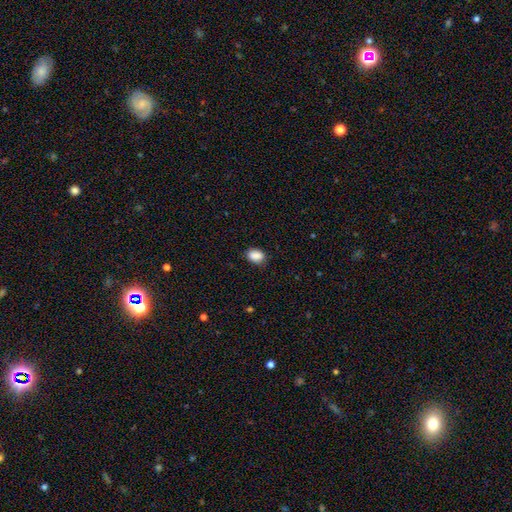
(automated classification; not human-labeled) This is clearly a smooth galaxy (89%). How rounded: likely in between (76%). Merging: clearly none (81%).